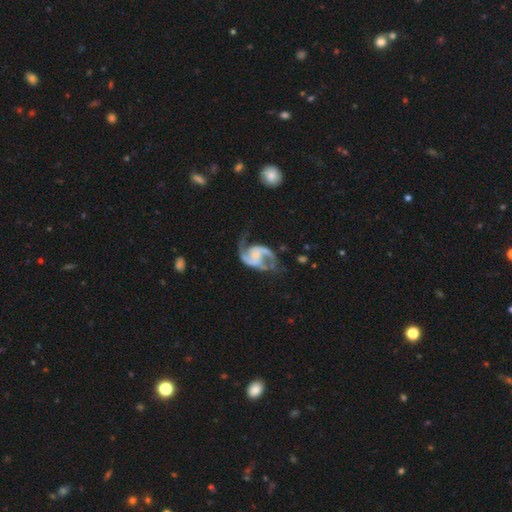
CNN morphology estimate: A featured or disk galaxy (91%) with no bar (55%), 2 (92%) medium (53%) spiral arms (97%) and a small central bulge (40%). Merging: none (58%).